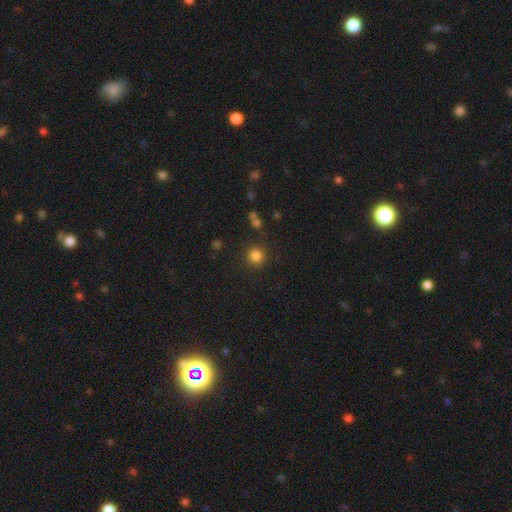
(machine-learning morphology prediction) Smooth or featured? Predicted: smooth (p=0.83). How rounded? Predicted: round (p=0.94). Merging? Predicted: none (p=0.88).